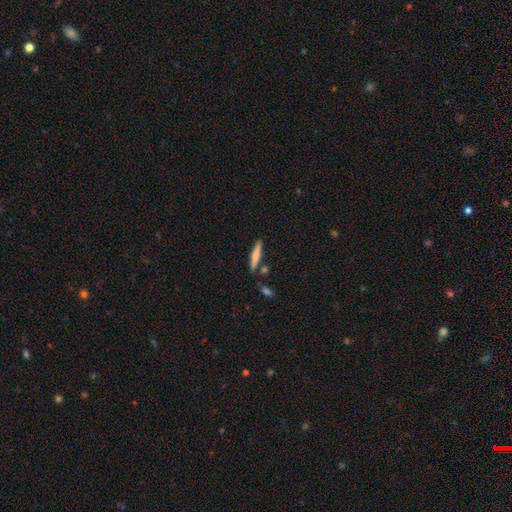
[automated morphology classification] Smooth or featured: smooth — 66% (featured or disk — 28%)
How rounded: cigar-shaped — 90% (in between — 9%)
Merging: none — 83% (minor disturbance — 10%)